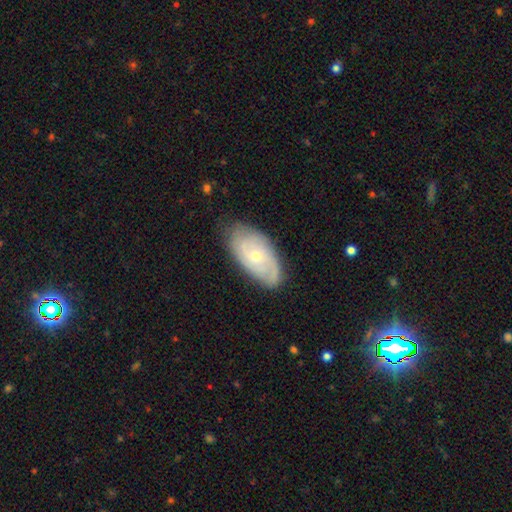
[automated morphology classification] This is likely a featured or disk galaxy (69%). It is clearly not viewed edge-on (93%). Bar: likely no (77%). Spiral arm pattern: clearly yes (86%). Spiral arm count: marginally can't tell (41%). Spiral winding: likely tight (61%). Central bulge: possibly small (59%). Merging: likely none (77%).